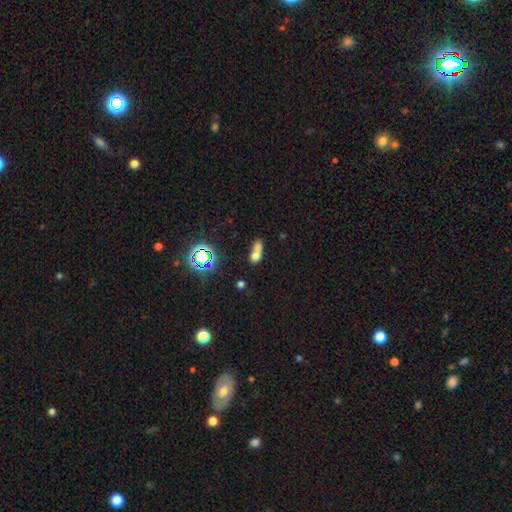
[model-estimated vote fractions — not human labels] Overall: smooth (65%). How rounded: in between (58%; round 33%). Merging: merger (62%; none 23%).